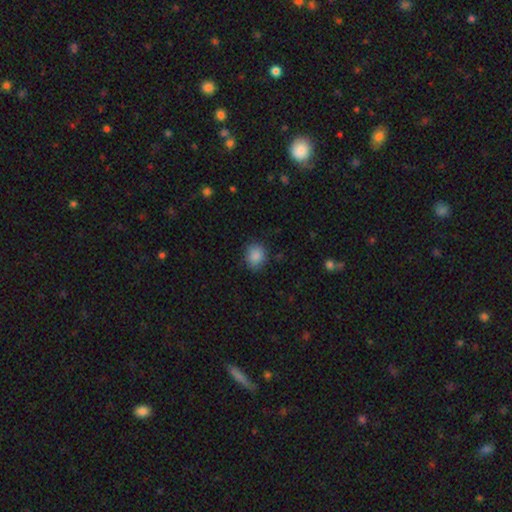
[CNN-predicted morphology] smooth 88%, star or artifact 8%, featured or disk 4%. Down the decision tree: how rounded — round (68%); merging — none (84%).